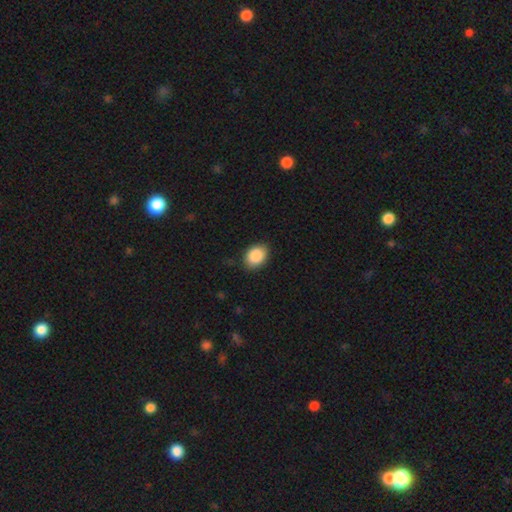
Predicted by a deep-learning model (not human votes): smooth_or_featured: smooth (p=0.89) [alt: star or artifact p=0.07]
how_rounded: in between (p=0.71) [alt: round p=0.28]
merging: none (p=0.84) [alt: minor disturbance p=0.12]